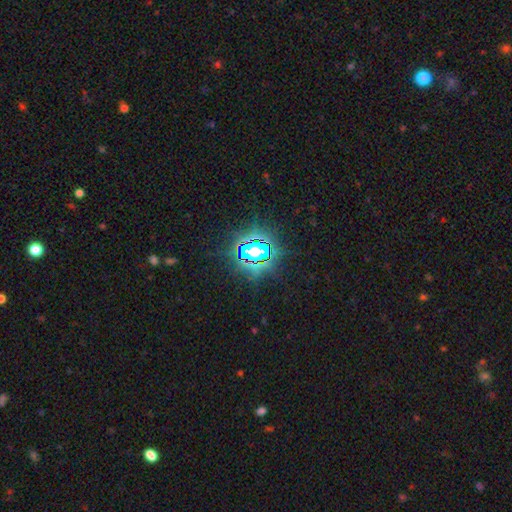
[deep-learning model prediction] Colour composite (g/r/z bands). It shows a star or artifact, not a galaxy (82%).